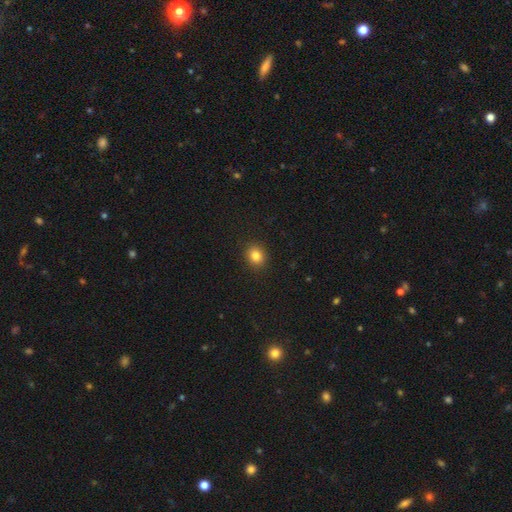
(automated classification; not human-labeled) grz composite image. It shows a smooth galaxy with no disk features (84%) that is round (72%). Merging: none (91%).